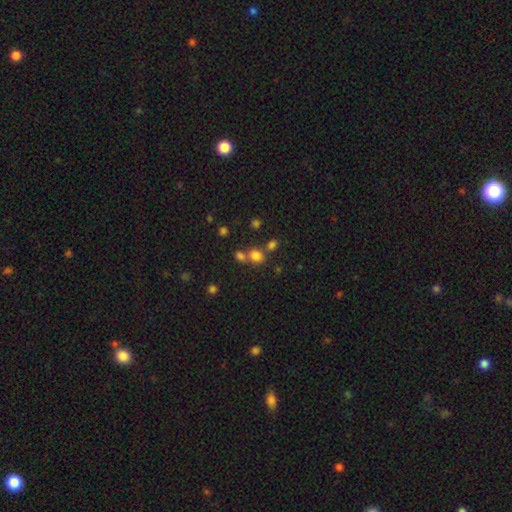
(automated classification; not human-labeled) Smooth or featured? smooth (75%)
How rounded? round (72%)
Merging? none (55%)